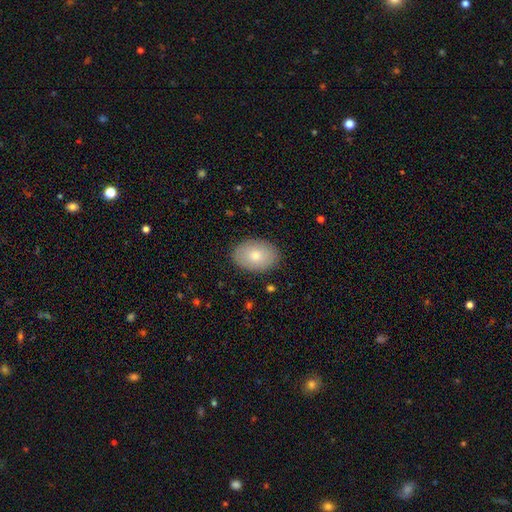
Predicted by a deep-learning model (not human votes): smooth-or-featured: smooth: 79% | featured or disk: 15% | star or artifact: 7%
  how-rounded: in between: 81% | round: 18% | cigar-shaped: 1%
  merging: none: 87% | minor disturbance: 9% | major disturbance: 2% | merger: 1%